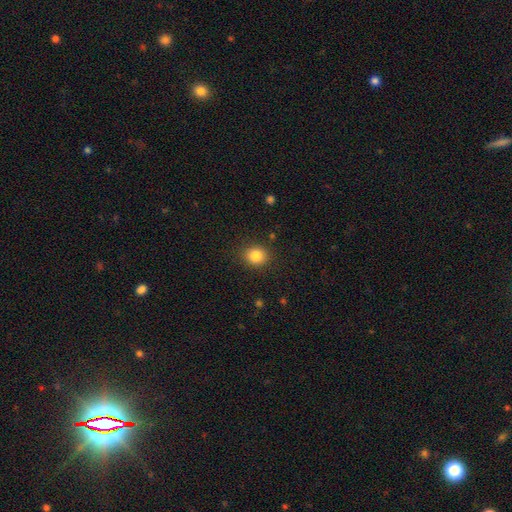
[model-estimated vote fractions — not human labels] Overall: smooth (84%). How rounded: round (76%). Merging: none (88%).